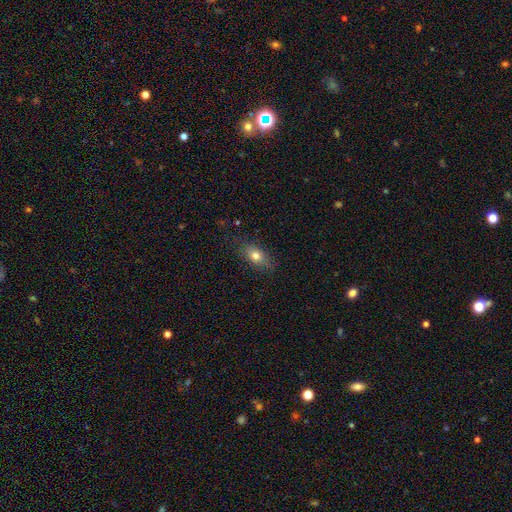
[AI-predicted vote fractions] smooth_or_featured: smooth (p=0.76) [alt: featured or disk p=0.15]
how_rounded: in between (p=0.80) [alt: round p=0.13]
merging: none (p=0.77) [alt: minor disturbance p=0.17]